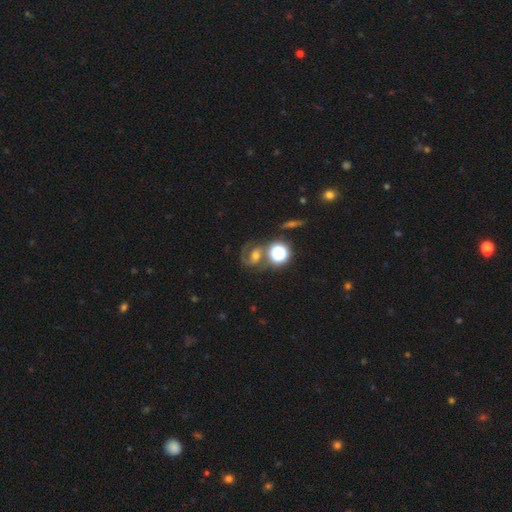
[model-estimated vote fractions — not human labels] The model was most divided on "bar": no: 38%, weak: 37%, strong: 24%. More confident: edge-on disk — no (96%); spiral arms — yes (90%); spiral arm count — 2 (81%); smooth or featured — featured or disk (63%); bulge size — moderate (61%); merging — none (59%); spiral winding — medium (55%).